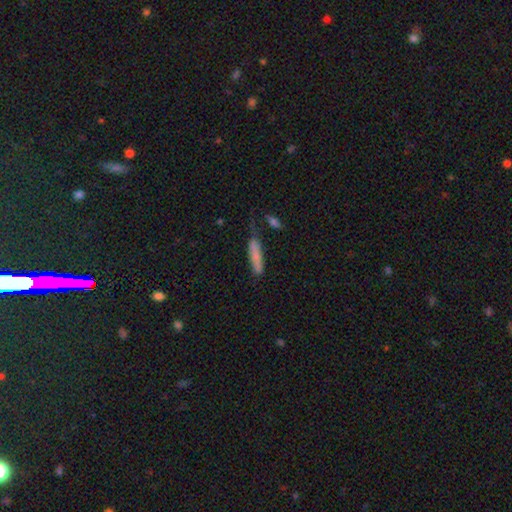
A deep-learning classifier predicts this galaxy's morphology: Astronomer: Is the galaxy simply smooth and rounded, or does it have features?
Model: smooth — 78%.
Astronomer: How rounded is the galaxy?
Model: cigar-shaped — 85%.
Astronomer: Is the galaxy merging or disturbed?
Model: none — 59%.